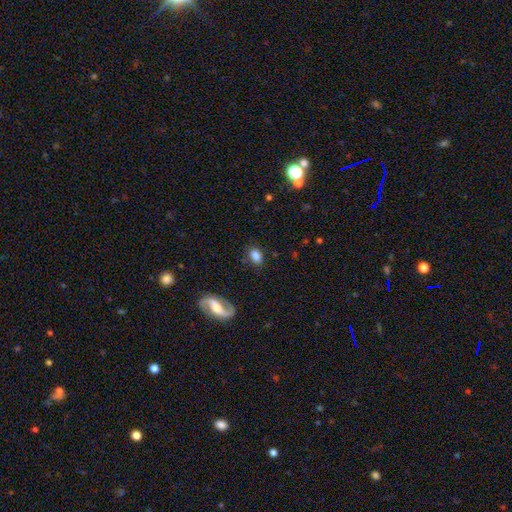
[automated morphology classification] smooth-or-featured: smooth: 75% | featured or disk: 16% | star or artifact: 10%
  how-rounded: in between: 80% | round: 18% | cigar-shaped: 2%
  merging: none: 78% | minor disturbance: 15% | major disturbance: 5% | merger: 3%